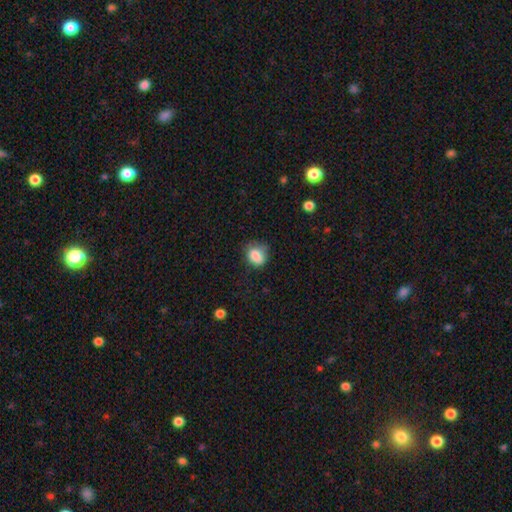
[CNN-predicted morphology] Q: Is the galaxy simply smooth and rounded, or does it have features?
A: smooth — 84%.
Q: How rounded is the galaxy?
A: in between — 51%.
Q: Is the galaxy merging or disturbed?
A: none — 59%.